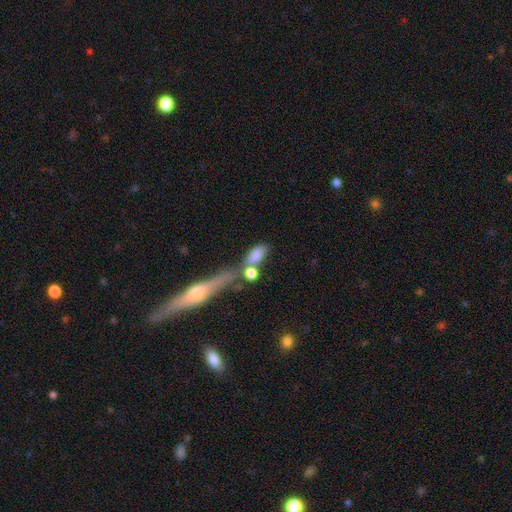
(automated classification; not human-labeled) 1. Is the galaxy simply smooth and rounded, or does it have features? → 76% smooth, 15% featured or disk, 9% star or artifact.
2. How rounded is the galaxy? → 72% in between, 15% cigar-shaped, 13% round.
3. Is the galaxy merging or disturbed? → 39% merger, 36% none, 14% minor disturbance, 11% major disturbance.